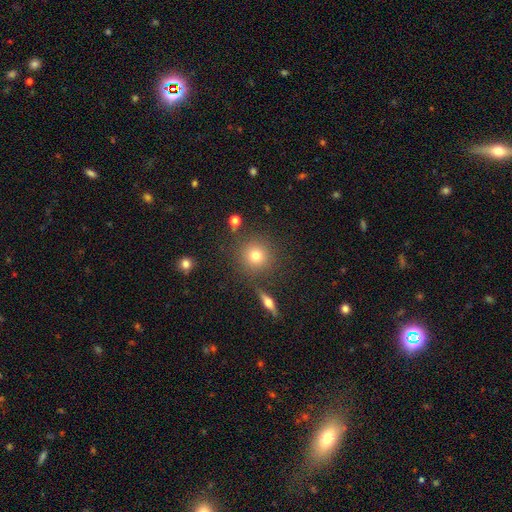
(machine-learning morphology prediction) smooth_or_featured: smooth (p=0.76) [alt: star or artifact p=0.14]
how_rounded: round (p=0.93) [alt: in between p=0.06]
merging: none (p=0.85) [alt: minor disturbance p=0.08]